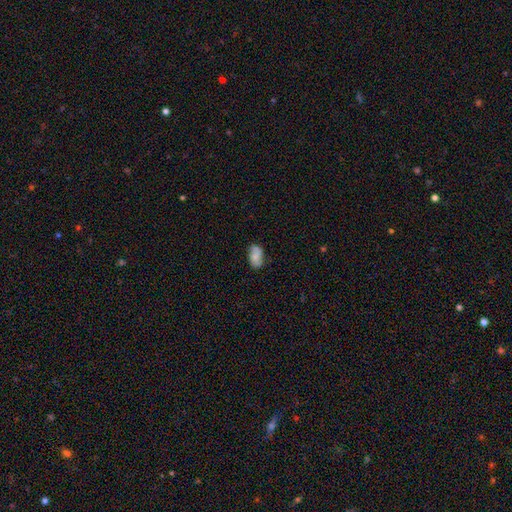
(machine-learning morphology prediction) Smooth or featured?
  - smooth: 69% *
  - featured or disk: 24%
  - star or artifact: 8%
How rounded?
  - in between: 92% *
  - round: 6%
  - cigar-shaped: 2%
Merging?
  - none: 70% *
  - minor disturbance: 23%
  - major disturbance: 5%
  - merger: 2%